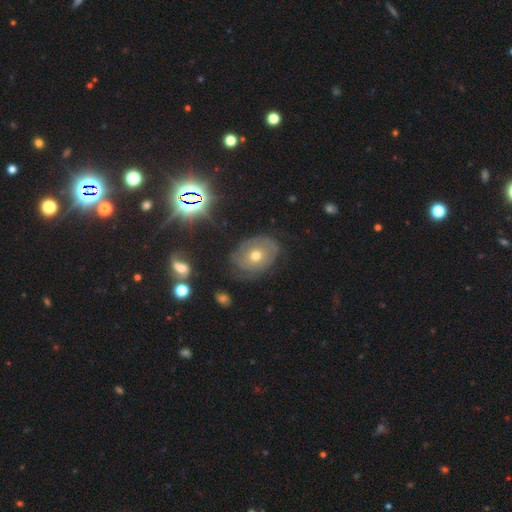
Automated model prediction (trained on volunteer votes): A featured or disk galaxy (58%) with no bar (86%), spiral arms (62%) and a moderate central bulge (64%). Merging: none (72%).